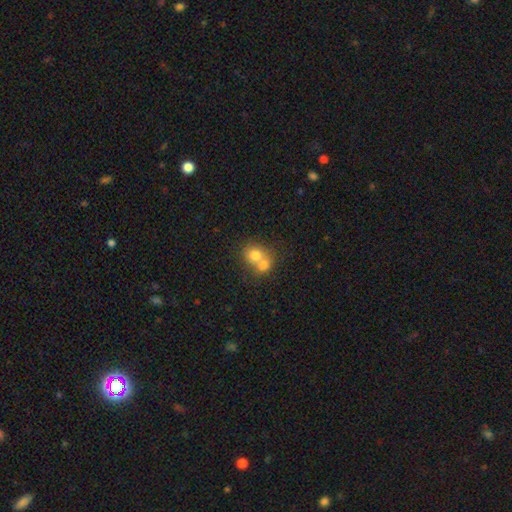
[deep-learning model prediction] Morphology: type=smooth (72%); roundness=round (68%); merging=merger (68%).